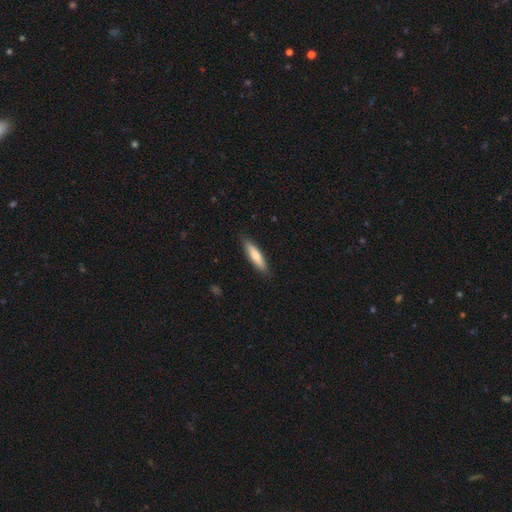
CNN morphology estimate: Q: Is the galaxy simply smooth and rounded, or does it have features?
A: smooth — 72%.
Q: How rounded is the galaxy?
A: cigar-shaped — 78%.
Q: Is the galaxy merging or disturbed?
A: none — 88%.